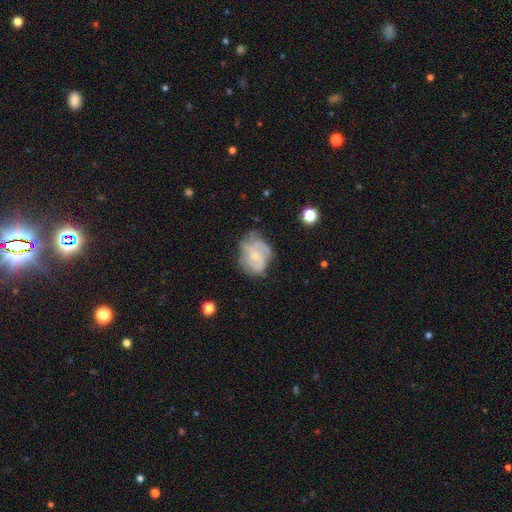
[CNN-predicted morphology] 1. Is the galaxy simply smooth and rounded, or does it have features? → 75% featured or disk, 19% smooth, 7% star or artifact.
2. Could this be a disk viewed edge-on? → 98% no, 2% yes.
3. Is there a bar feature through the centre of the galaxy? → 57% no, 37% weak, 6% strong.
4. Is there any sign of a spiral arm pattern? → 90% yes, 10% no.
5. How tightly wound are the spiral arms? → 44% medium, 38% tight, 18% loose.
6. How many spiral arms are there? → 30% 3, 28% 2, 27% can't tell, 7% 4, 5% 1, 4% more than 4.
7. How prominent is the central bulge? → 67% small, 26% moderate, 6% none, 1% large, 1% dominant.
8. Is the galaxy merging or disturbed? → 56% none, 28% minor disturbance, 15% major disturbance, 2% merger.